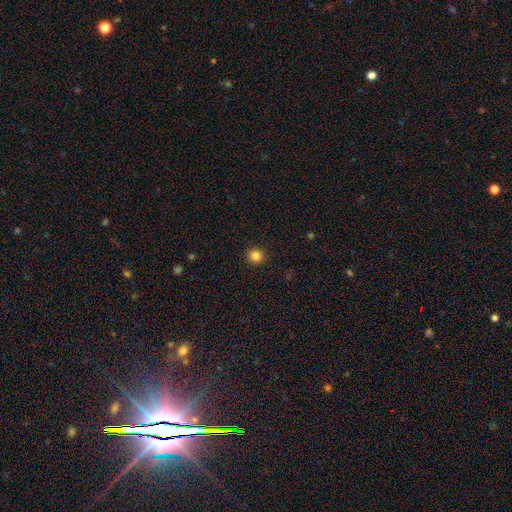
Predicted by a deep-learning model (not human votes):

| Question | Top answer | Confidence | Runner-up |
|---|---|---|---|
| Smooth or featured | smooth | 84% | star or artifact (12%) |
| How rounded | round | 92% | in between (7%) |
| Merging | none | 92% | minor disturbance (5%) |